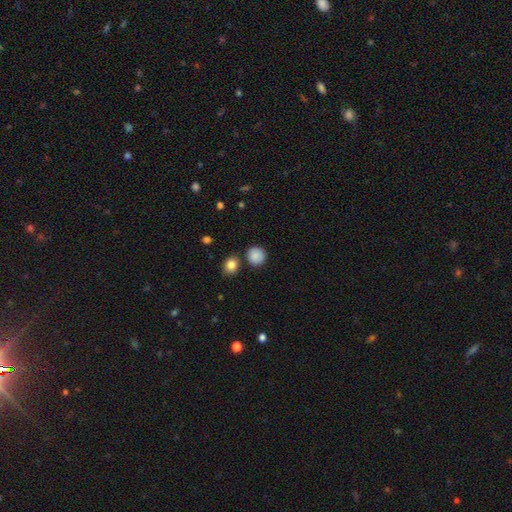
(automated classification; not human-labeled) Smooth or featured: smooth — 86% (star or artifact — 9%)
How rounded: round — 90% (in between — 9%)
Merging: none — 82% (minor disturbance — 9%)